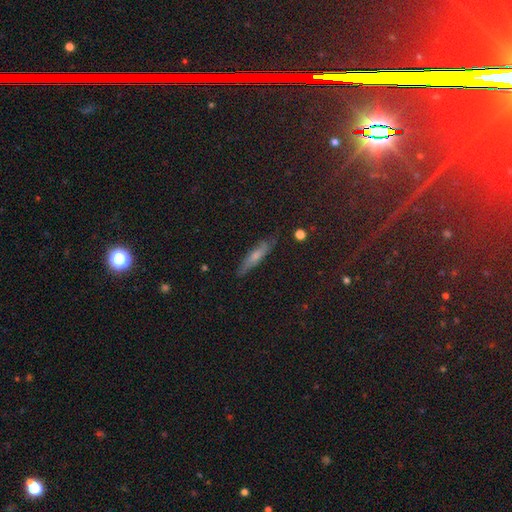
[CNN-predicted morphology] Overall: smooth (49%; featured or disk 38%). Merging: none (77%).